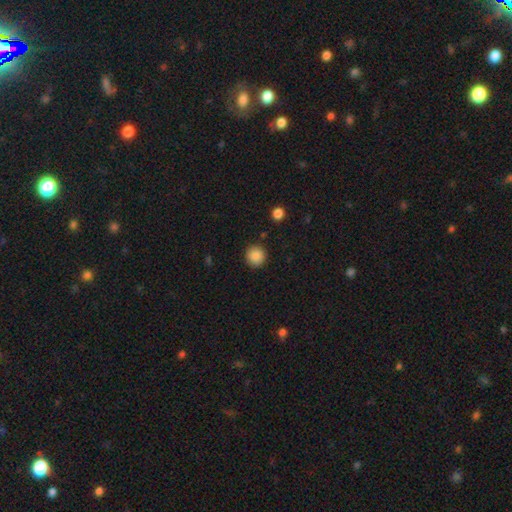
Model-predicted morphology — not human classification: Smooth or featured?
  - smooth: 88% *
  - star or artifact: 9%
  - featured or disk: 3%
How rounded?
  - round: 94% *
  - in between: 5%
  - cigar-shaped: 1%
Merging?
  - none: 90% *
  - minor disturbance: 6%
  - major disturbance: 2%
  - merger: 1%